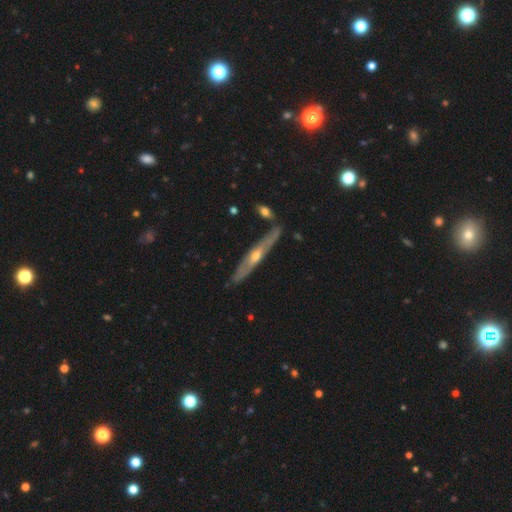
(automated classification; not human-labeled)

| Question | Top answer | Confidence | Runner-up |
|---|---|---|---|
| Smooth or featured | featured or disk | 70% | smooth (24%) |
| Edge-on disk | yes | 82% | no (18%) |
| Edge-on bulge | rounded | 79% | none (19%) |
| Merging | none | 80% | minor disturbance (13%) |